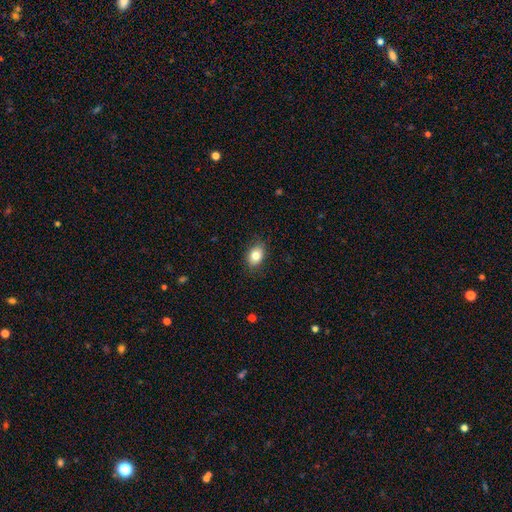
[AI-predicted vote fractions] Smooth or featured? Predicted: smooth (p=0.81). How rounded? Predicted: in between (p=0.76). Merging? Predicted: none (p=0.84).